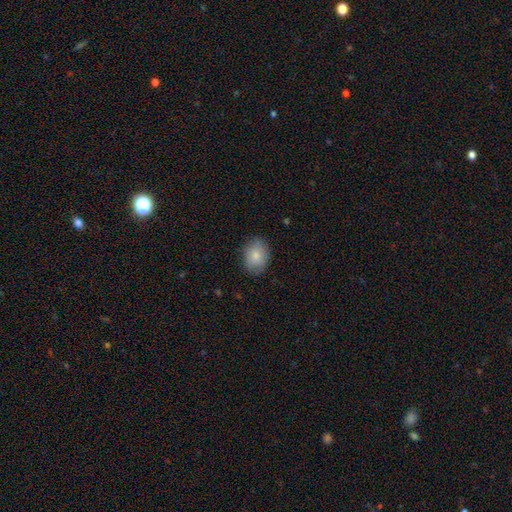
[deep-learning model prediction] A smooth galaxy with no disk features (82%) that is in between round and cigar-shaped (69%). Merging: none (81%).